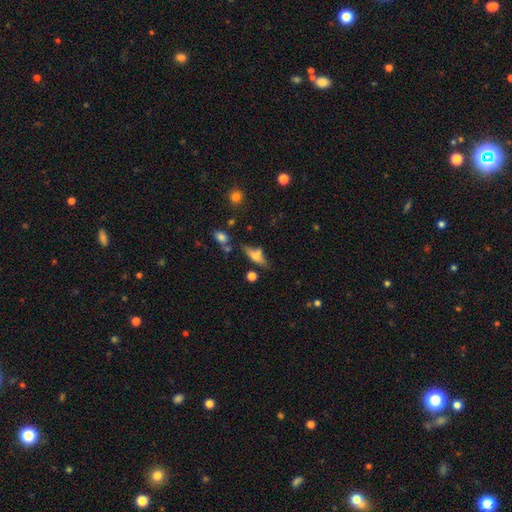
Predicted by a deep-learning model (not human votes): Smooth or featured?
  - smooth: 54% *
  - featured or disk: 35%
  - star or artifact: 11%
How rounded?
  - in between: 48% *
  - cigar-shaped: 47%
  - round: 4%
Merging?
  - none: 57% *
  - minor disturbance: 20%
  - merger: 15%
  - major disturbance: 8%